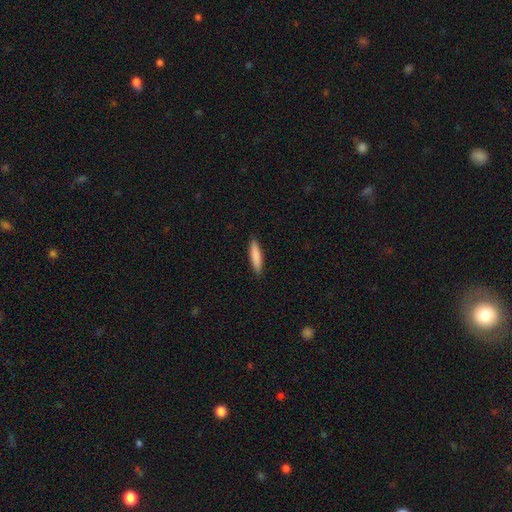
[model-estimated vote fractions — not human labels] This is clearly a smooth galaxy (84%). How rounded: clearly cigar-shaped (82%). Merging: clearly none (89%).